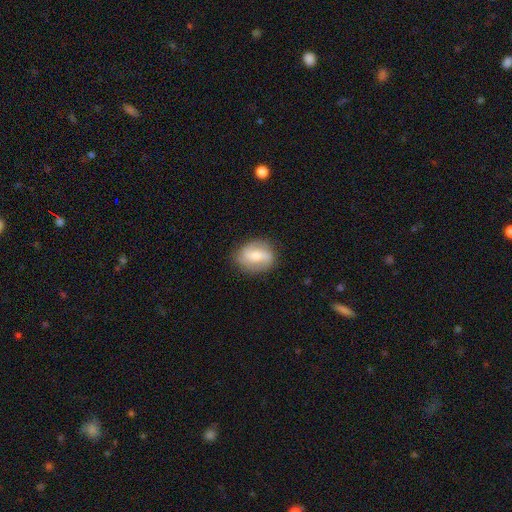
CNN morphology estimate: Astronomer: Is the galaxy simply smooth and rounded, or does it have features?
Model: featured or disk — 58% (runner-up: smooth, 35%).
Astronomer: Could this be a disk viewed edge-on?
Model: no — 95%.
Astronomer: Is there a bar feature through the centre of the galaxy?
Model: weak — 41% (runner-up: no, 32%).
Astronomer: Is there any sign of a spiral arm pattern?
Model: yes — 83%.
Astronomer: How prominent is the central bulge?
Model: moderate — 47% (runner-up: small, 45%).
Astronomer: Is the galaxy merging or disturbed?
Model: none — 80%.